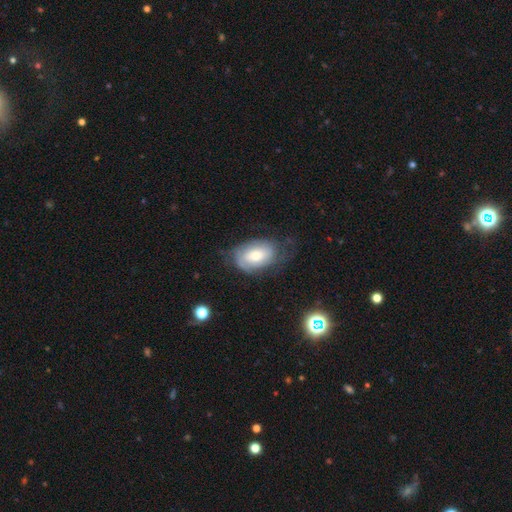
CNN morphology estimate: The model was most divided on "smooth or featured": smooth: 50%, featured or disk: 43%, star or artifact: 7%. More confident: merging — none (53%).